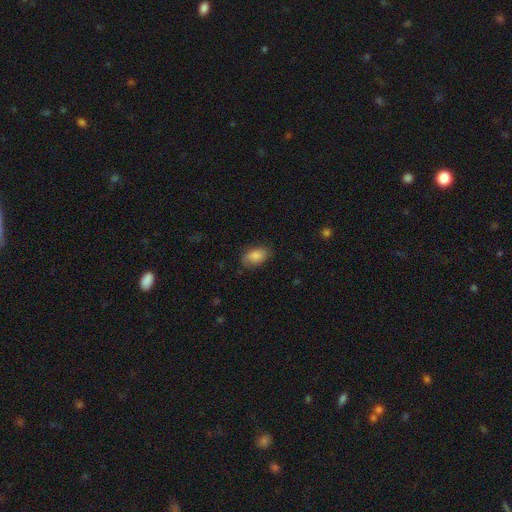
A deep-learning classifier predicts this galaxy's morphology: Smooth or featured? Predicted: smooth (p=0.81). How rounded? Predicted: in between (p=0.91). Merging? Predicted: none (p=0.73).